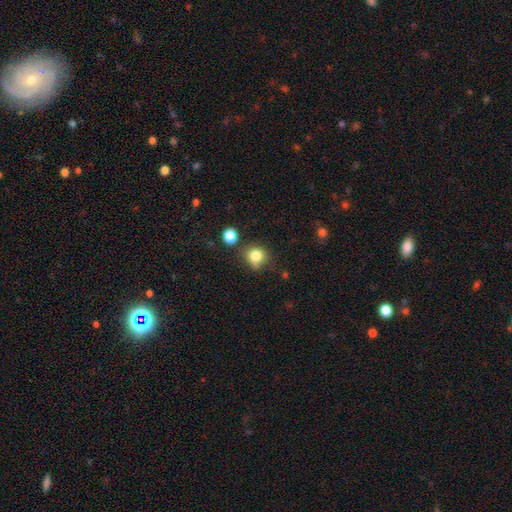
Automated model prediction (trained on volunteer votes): Q: Smooth or featured?
A: smooth (81%); runner-up: star or artifact (12%)
Q: How rounded?
A: round (80%); runner-up: in between (19%)
Q: Merging?
A: none (65%); runner-up: minor disturbance (21%)